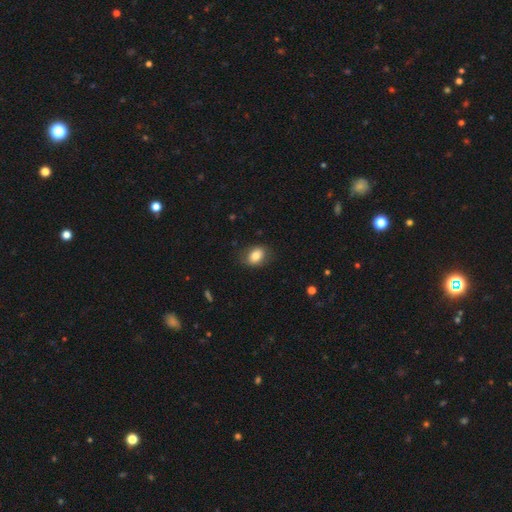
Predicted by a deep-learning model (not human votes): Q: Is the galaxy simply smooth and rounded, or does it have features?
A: smooth — 80%.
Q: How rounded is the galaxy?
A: in between — 66%.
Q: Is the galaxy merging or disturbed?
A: none — 79%.